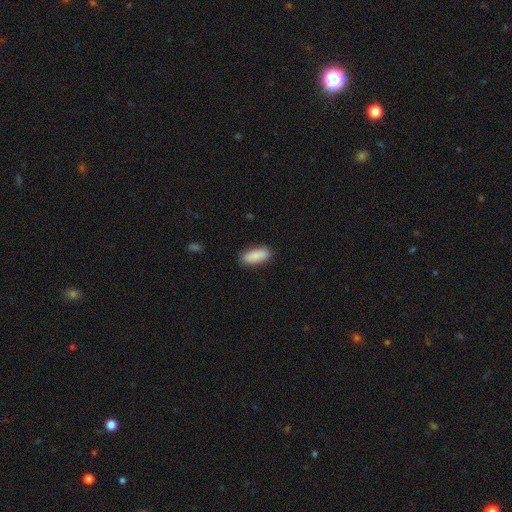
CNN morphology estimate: smooth_or_featured: smooth (p=0.89) [alt: star or artifact p=0.06]
how_rounded: in between (p=0.84) [alt: cigar-shaped p=0.14]
merging: none (p=0.87) [alt: minor disturbance p=0.10]